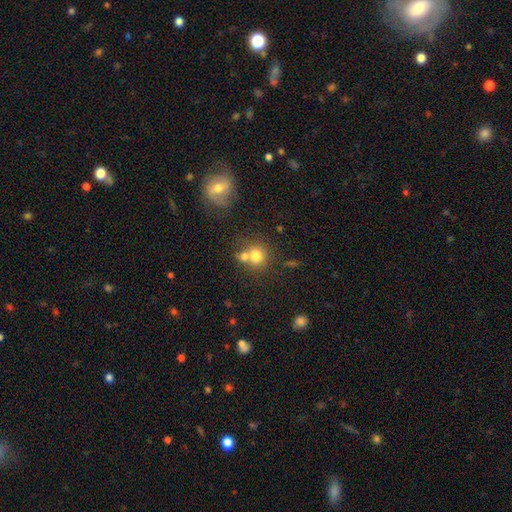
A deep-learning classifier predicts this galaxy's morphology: The model was most divided on "merging": merger: 44%, none: 43%, minor disturbance: 9%, major disturbance: 4%. More confident: how rounded — round (79%); smooth or featured — smooth (75%).